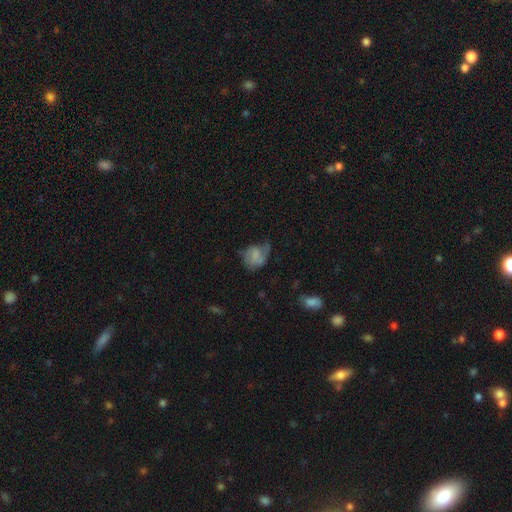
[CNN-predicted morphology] Q: Smooth or featured?
A: smooth (52%); runner-up: featured or disk (39%)
Q: How rounded?
A: round (50%); runner-up: in between (49%)
Q: Merging?
A: none (39%); runner-up: minor disturbance (31%)